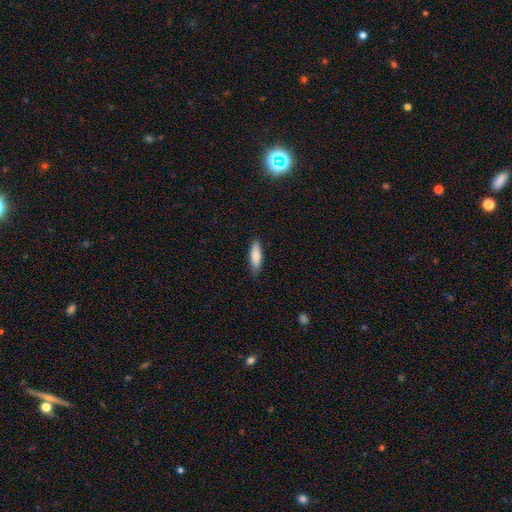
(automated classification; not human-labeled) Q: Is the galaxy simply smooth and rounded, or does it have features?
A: smooth — 80%.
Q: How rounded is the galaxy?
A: cigar-shaped — 56%.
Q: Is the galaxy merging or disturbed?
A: none — 82%.